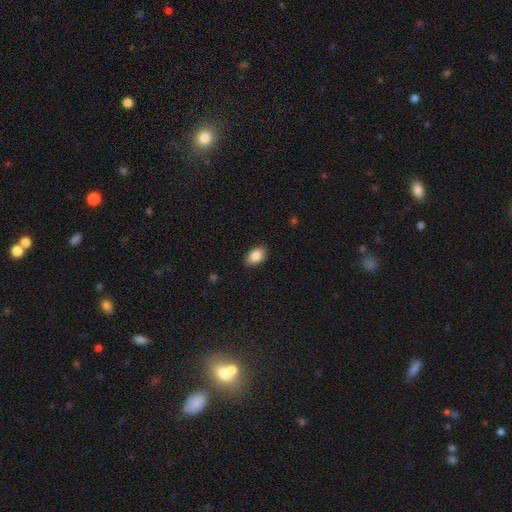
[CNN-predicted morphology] Smooth or featured? Predicted: smooth (p=0.87). How rounded? Predicted: in between (p=0.87). Merging? Predicted: none (p=0.86).